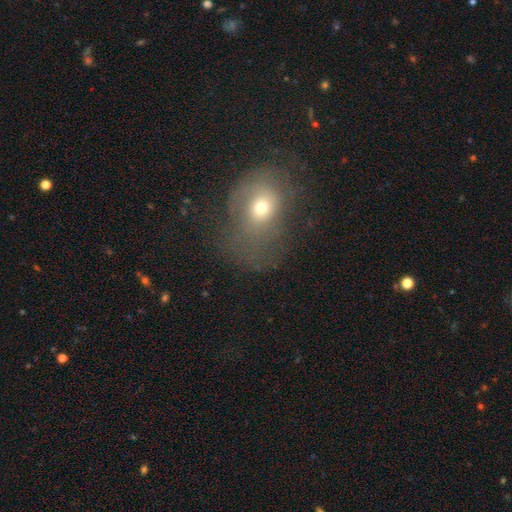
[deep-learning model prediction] A smooth galaxy with no disk features (51%) that is in between round and cigar-shaped (54%).

Vote fractions:
- Smooth or featured? smooth: 51% / featured or disk: 32% / star or artifact: 18%
- How rounded? in between: 54% / round: 44% / cigar-shaped: 1%
- Merging? none: 40% / major disturbance: 32% / minor disturbance: 26% / merger: 2%